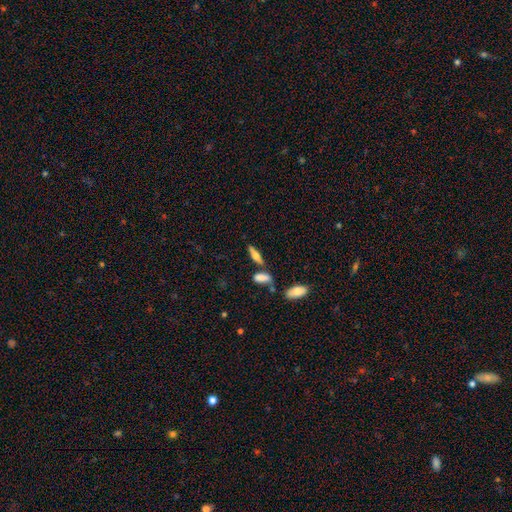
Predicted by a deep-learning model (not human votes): Morphology: type=smooth (50%); merging=none (70%).